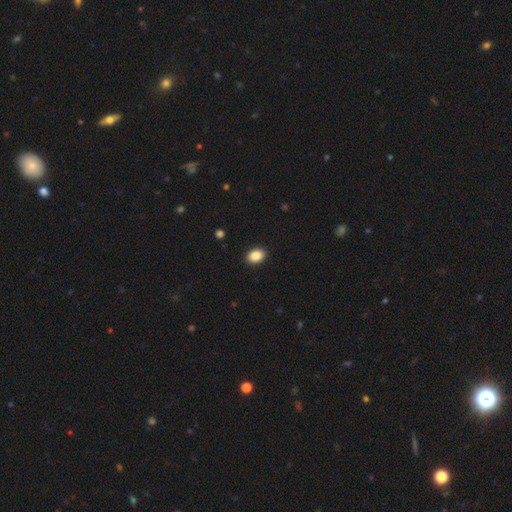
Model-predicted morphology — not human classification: A smooth galaxy with no disk features (88%) that is in between round and cigar-shaped (74%). Merging: none (91%).